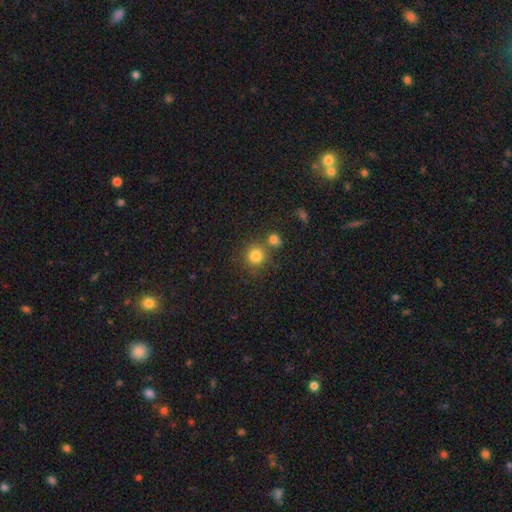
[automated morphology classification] Smooth or featured? smooth (81%)
How rounded? round (91%)
Merging? none (68%)